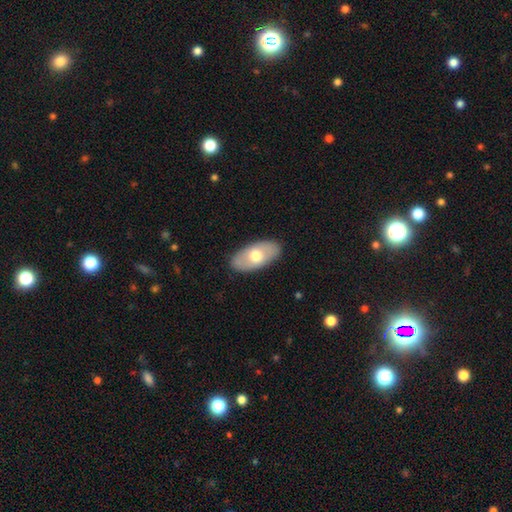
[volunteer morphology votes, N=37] smooth_or_featured: smooth (p=0.65) [alt: featured or disk p=0.32]
how_rounded: in between (p=0.88) [alt: cigar-shaped p=0.08]
merging: none (p=0.94) [alt: minor disturbance p=0.03]